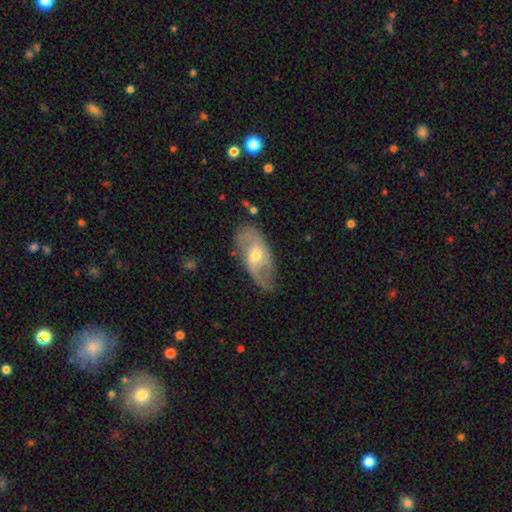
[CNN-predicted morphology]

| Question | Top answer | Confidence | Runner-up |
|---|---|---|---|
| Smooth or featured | featured or disk | 76% | smooth (17%) |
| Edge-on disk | no | 91% | yes (9%) |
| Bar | no | 55% | weak (36%) |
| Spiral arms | yes | 90% | no (10%) |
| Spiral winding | medium | 42% | loose (36%) |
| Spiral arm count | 2 | 80% | can't tell (11%) |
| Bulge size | moderate | 55% | small (41%) |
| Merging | none | 74% | minor disturbance (18%) |